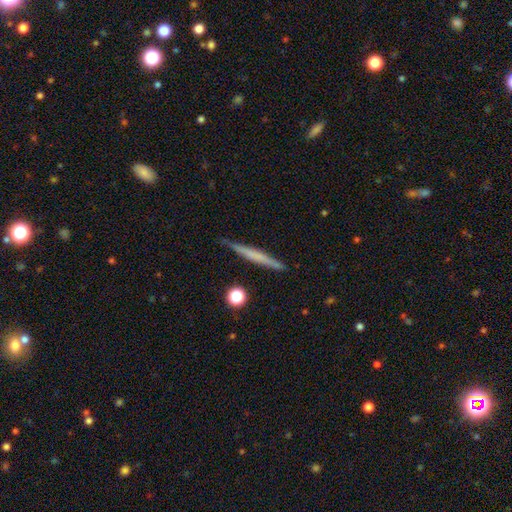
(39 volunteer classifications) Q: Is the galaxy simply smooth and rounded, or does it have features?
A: featured or disk — 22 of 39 (56%).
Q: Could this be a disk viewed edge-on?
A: yes — 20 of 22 (91%).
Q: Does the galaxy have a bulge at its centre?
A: none — 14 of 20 (70%).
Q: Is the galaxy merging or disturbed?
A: none — 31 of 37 (84%).